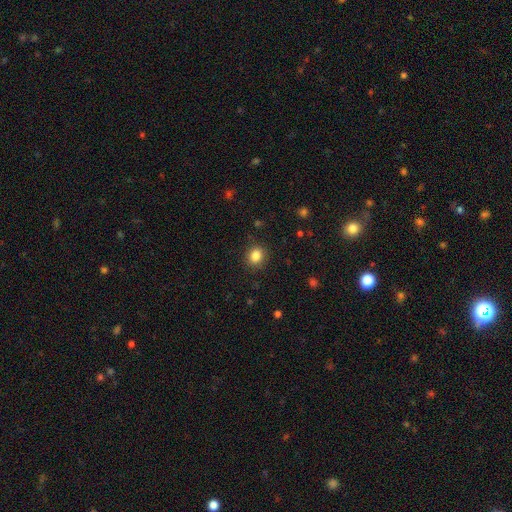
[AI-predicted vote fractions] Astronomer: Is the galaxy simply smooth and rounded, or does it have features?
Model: smooth — 85%.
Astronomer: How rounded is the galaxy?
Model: round — 72%.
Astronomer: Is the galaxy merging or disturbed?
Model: none — 88%.